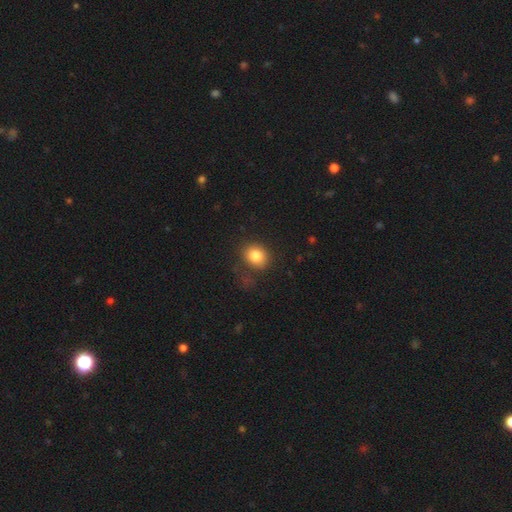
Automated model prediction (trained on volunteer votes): Smooth or featured? smooth (83%)
How rounded? round (63%)
Merging? none (71%)